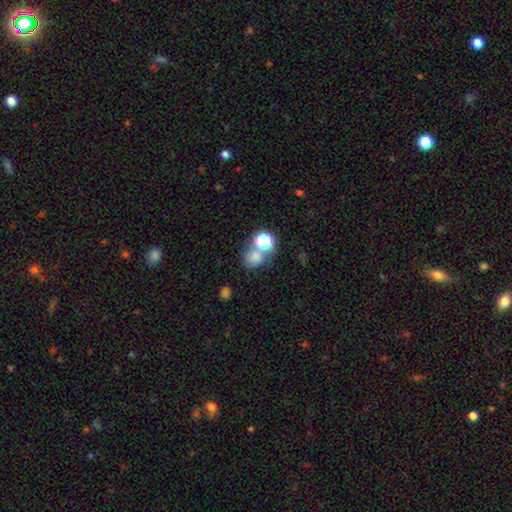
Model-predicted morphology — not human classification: type=smooth (65%); roundness=round (68%); merging=none (48%).